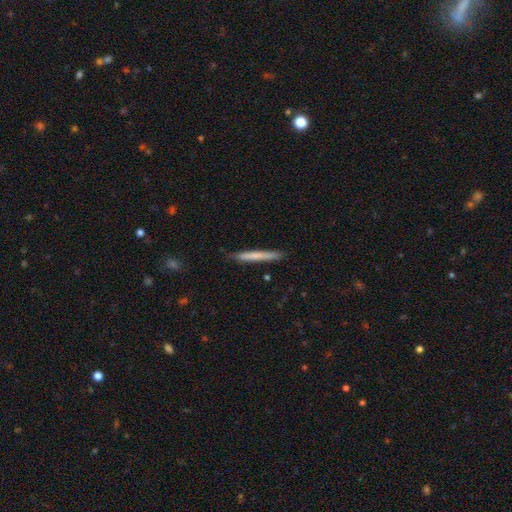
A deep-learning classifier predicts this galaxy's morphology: A smooth galaxy with no disk features (65%) that is cigar-shaped (97%).

Vote fractions:
- Smooth or featured? smooth: 65% / featured or disk: 29% / star or artifact: 6%
- How rounded? cigar-shaped: 97% / in between: 2% / round: 1%
- Merging? none: 86% / minor disturbance: 11% / major disturbance: 2% / merger: 1%